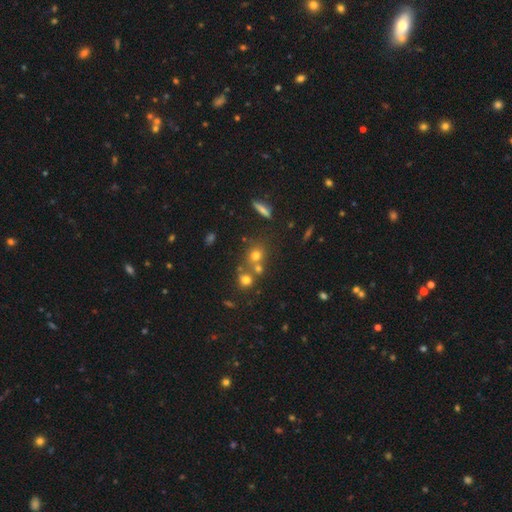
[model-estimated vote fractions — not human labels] Smooth or featured? smooth (65%)
How rounded? round (74%)
Merging? none (52%)